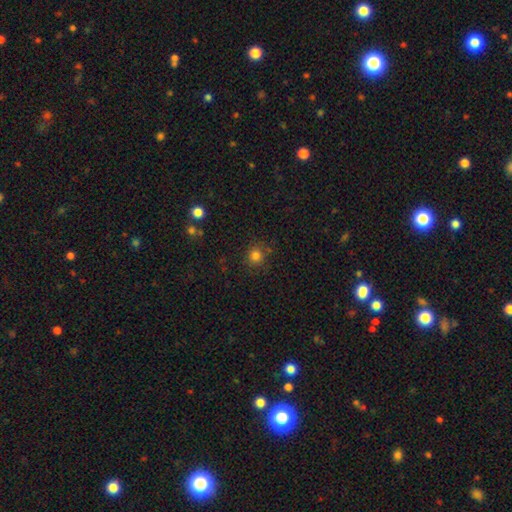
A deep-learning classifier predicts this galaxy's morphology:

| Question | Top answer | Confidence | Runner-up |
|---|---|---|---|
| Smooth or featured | smooth | 80% | star or artifact (14%) |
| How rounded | round | 88% | in between (11%) |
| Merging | none | 83% | minor disturbance (11%) |